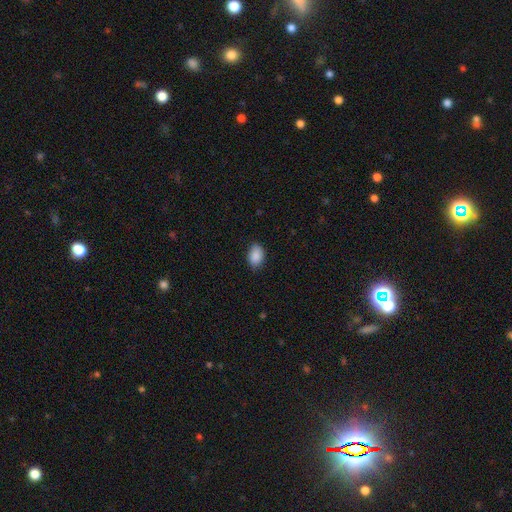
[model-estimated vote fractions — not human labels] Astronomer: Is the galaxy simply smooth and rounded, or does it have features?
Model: smooth — 89%.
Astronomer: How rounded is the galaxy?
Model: in between — 85%.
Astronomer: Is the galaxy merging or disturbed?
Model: none — 83%.